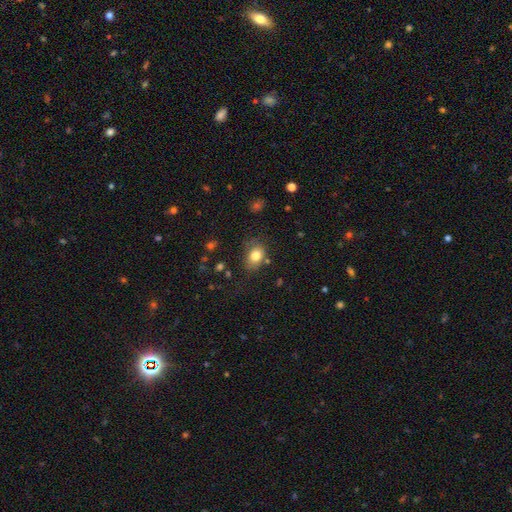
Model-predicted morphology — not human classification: Overall: smooth (80%). How rounded: in between (68%; round 31%). Merging: none (65%).